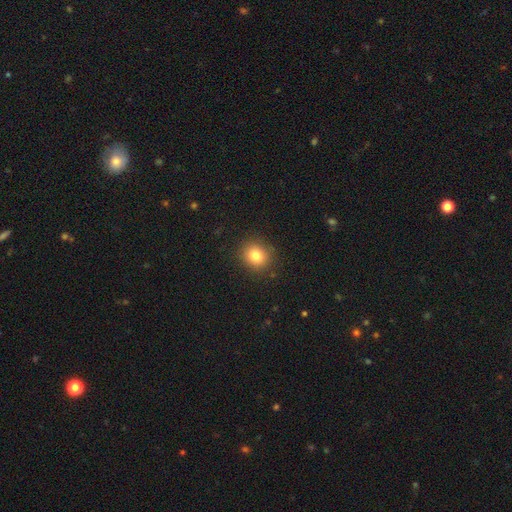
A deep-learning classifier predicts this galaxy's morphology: This is clearly a smooth galaxy (81%). How rounded: likely round (77%). Merging: clearly none (88%).